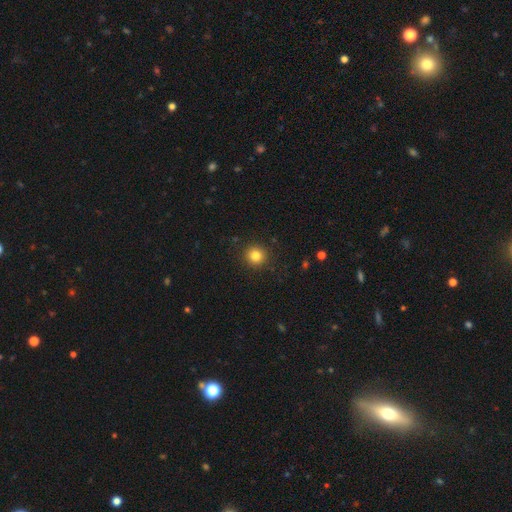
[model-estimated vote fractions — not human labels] Smooth or featured? Predicted: smooth (p=0.83). How rounded? Predicted: round (p=0.94). Merging? Predicted: none (p=0.91).